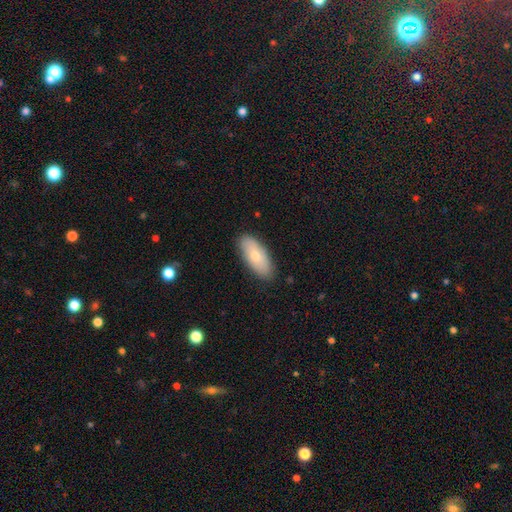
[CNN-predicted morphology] Smooth or featured? smooth (69%)
How rounded? in between (86%)
Merging? none (86%)